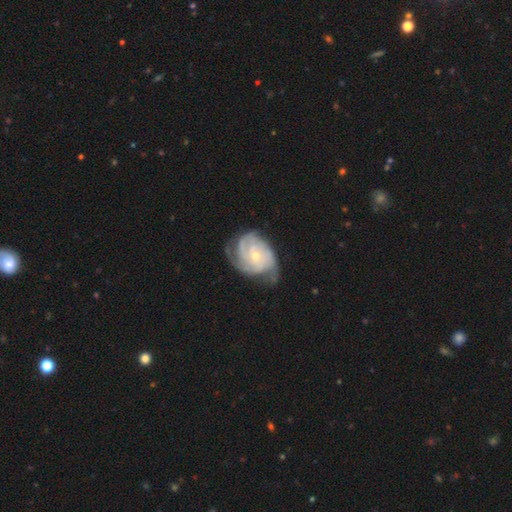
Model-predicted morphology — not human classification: A featured or disk galaxy (86%) with no bar (73%), 3 (34%) tight (63%) spiral arms (96%) and a small central bulge (66%).

Vote fractions:
- Smooth or featured? featured or disk: 86% / smooth: 9% / star or artifact: 5%
- Edge-on disk? no: 98% / yes: 2%
- Bar? no: 73% / weak: 23% / strong: 4%
- Spiral arms? yes: 96% / no: 4%
- Spiral winding? tight: 63% / medium: 30% / loose: 7%
- Spiral arm count? 3: 34% / can't tell: 23% / 2: 18% / 4: 15% / 1: 5% / more than 4: 5%
- Bulge size? small: 66% / moderate: 30% / none: 1% / large: 1% / dominant: 1%
- Merging? none: 56% / minor disturbance: 27% / major disturbance: 15% / merger: 2%